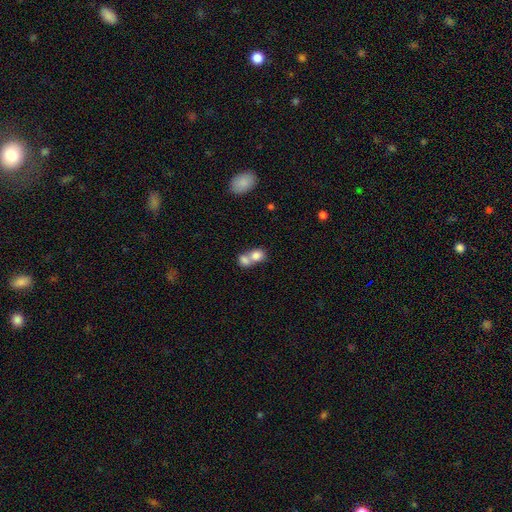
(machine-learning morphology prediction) smooth 78%, featured or disk 13%, star or artifact 8%. Down the decision tree: how rounded — round (54%); merging — merger (72%).